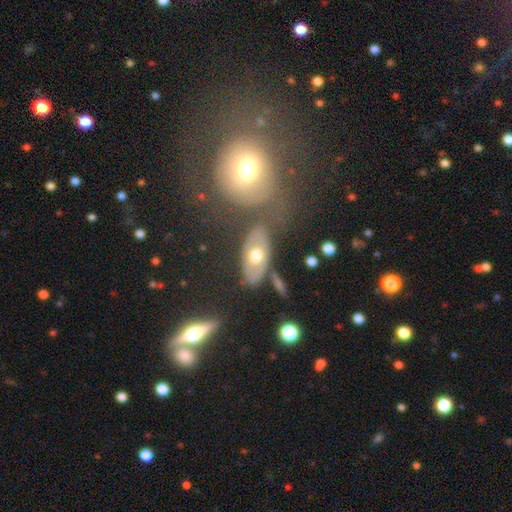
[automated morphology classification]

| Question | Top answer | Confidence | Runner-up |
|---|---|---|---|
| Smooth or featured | featured or disk | 47% | smooth (46%) |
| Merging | none | 72% | minor disturbance (14%) |